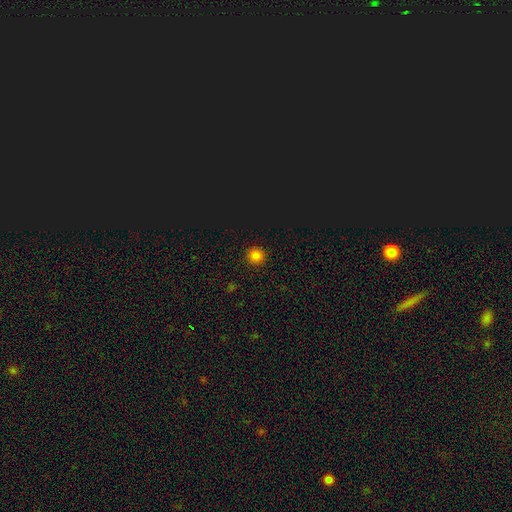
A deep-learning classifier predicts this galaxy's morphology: smooth-or-featured: smooth: 79% | star or artifact: 17% | featured or disk: 4%
  how-rounded: round: 94% | in between: 5% | cigar-shaped: 1%
  merging: none: 92% | minor disturbance: 5% | major disturbance: 2% | merger: 1%